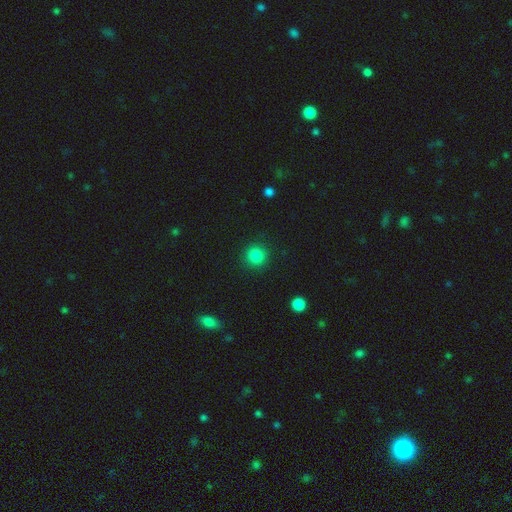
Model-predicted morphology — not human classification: Q: Smooth or featured?
A: smooth (85%); runner-up: star or artifact (11%)
Q: How rounded?
A: round (93%); runner-up: in between (6%)
Q: Merging?
A: none (91%); runner-up: minor disturbance (6%)